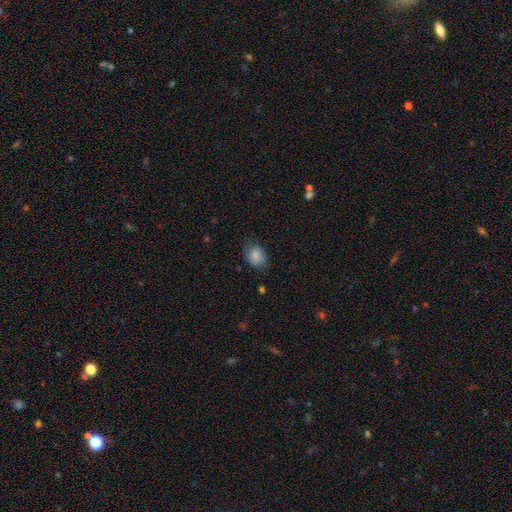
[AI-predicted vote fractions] Q: Smooth or featured?
A: smooth (86%); runner-up: star or artifact (8%)
Q: How rounded?
A: in between (61%); runner-up: round (38%)
Q: Merging?
A: none (72%); runner-up: minor disturbance (22%)